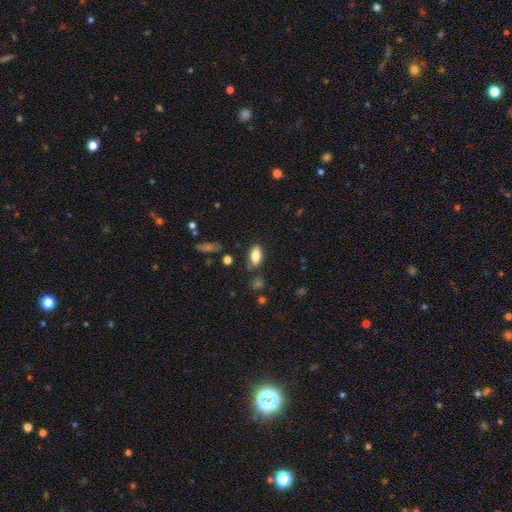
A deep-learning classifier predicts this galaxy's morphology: A smooth galaxy with no disk features (80%) that is in between round and cigar-shaped (86%).

Vote fractions:
- Smooth or featured? smooth: 80% / featured or disk: 12% / star or artifact: 8%
- How rounded? in between: 86% / cigar-shaped: 10% / round: 3%
- Merging? none: 79% / minor disturbance: 14% / major disturbance: 3% / merger: 3%